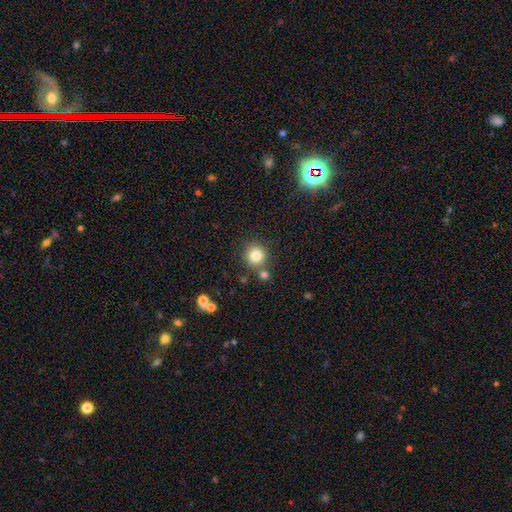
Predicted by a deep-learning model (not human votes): Overall: smooth (81%). How rounded: round (92%). Merging: none (76%).